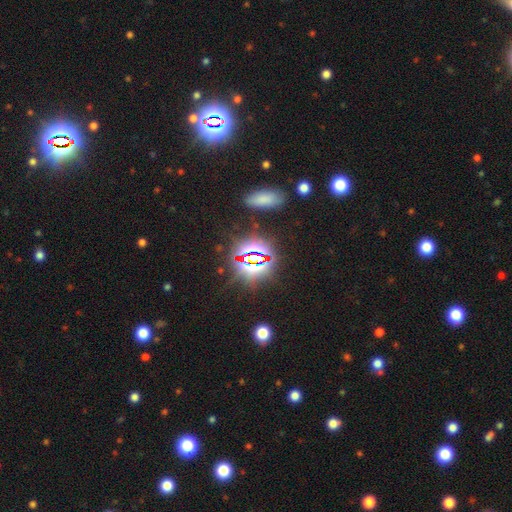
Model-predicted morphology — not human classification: This is likely a star or artifact rather than a galaxy (79%).